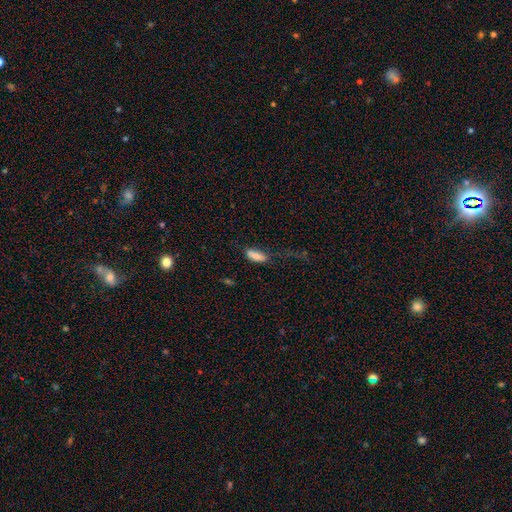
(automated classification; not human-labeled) smooth 81%, featured or disk 10%, star or artifact 9%. Down the decision tree: how rounded — in between (74%); merging — none (52%).